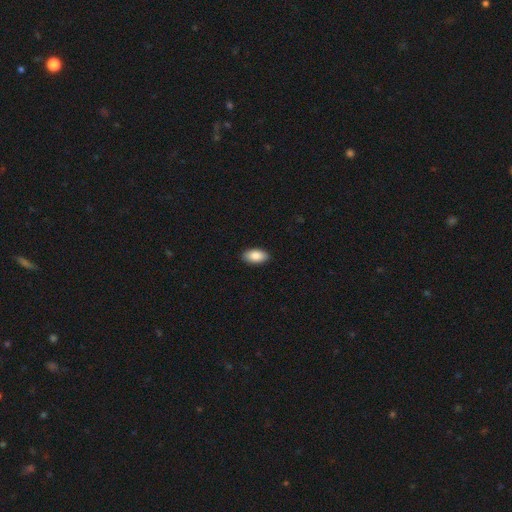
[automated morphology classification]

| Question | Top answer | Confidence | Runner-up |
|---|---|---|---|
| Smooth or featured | smooth | 89% | star or artifact (6%) |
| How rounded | in between | 94% | round (3%) |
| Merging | none | 90% | minor disturbance (7%) |